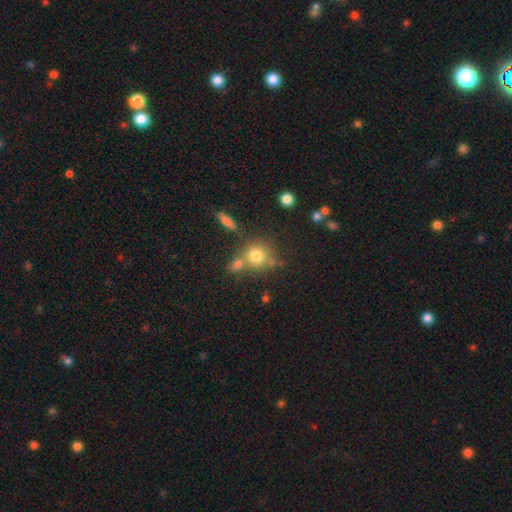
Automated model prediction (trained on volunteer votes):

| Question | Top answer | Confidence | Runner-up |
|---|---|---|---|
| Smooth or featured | smooth | 75% | star or artifact (13%) |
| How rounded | round | 80% | in between (19%) |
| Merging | none | 49% | merger (33%) |